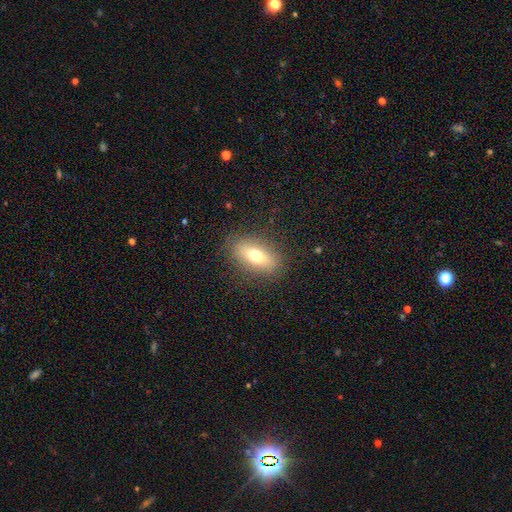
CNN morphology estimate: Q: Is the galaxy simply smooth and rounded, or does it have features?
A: smooth — 68%.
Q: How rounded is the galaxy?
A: in between — 81%.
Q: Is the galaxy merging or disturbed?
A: none — 86%.